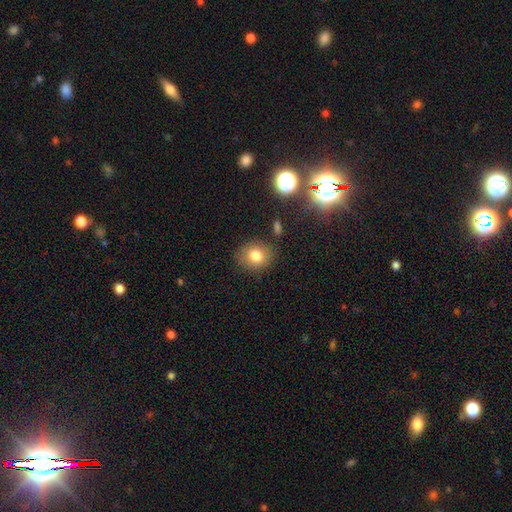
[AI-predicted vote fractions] Q: Smooth or featured?
A: smooth (78%); runner-up: star or artifact (12%)
Q: How rounded?
A: round (65%); runner-up: in between (34%)
Q: Merging?
A: none (82%); runner-up: minor disturbance (12%)